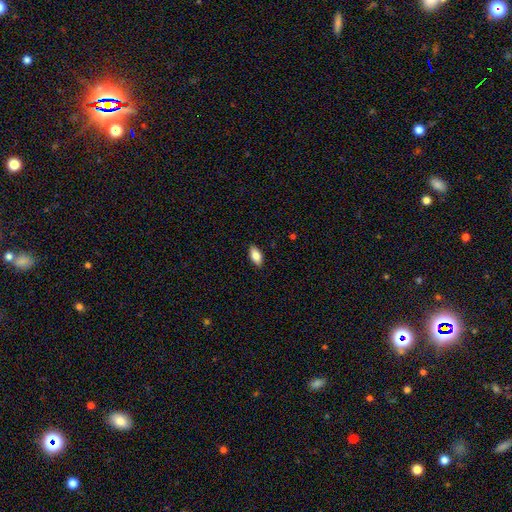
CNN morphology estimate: Q: Smooth or featured?
A: smooth (83%); runner-up: featured or disk (10%)
Q: How rounded?
A: in between (91%); runner-up: cigar-shaped (6%)
Q: Merging?
A: none (88%); runner-up: minor disturbance (9%)